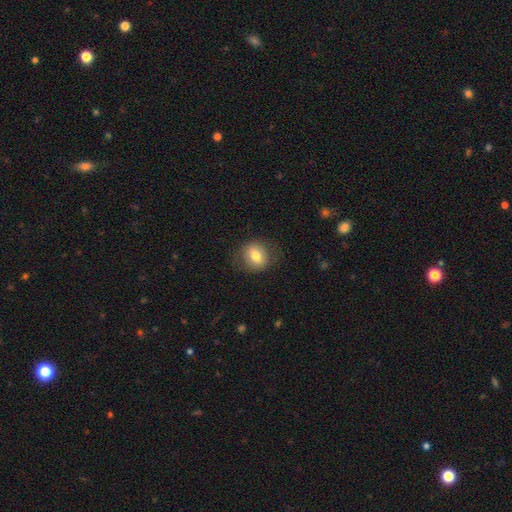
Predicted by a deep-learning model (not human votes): A smooth galaxy with no disk features (74%) that is round (65%).

Vote fractions:
- Smooth or featured? smooth: 74% / featured or disk: 17% / star or artifact: 9%
- How rounded? round: 65% / in between: 34% / cigar-shaped: 1%
- Merging? none: 79% / minor disturbance: 14% / major disturbance: 6% / merger: 1%